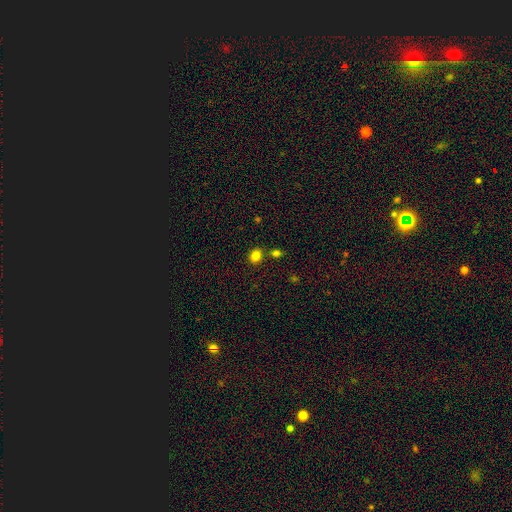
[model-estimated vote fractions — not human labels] Smooth or featured? smooth (83%)
How rounded? round (61%)
Merging? none (76%)